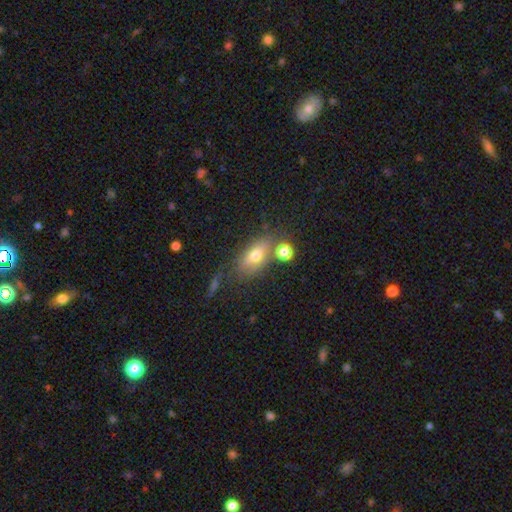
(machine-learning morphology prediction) smooth_or_featured: smooth (p=0.65) [alt: featured or disk p=0.23]
how_rounded: in between (p=0.77) [alt: cigar-shaped p=0.12]
merging: none (p=0.64) [alt: minor disturbance p=0.16]